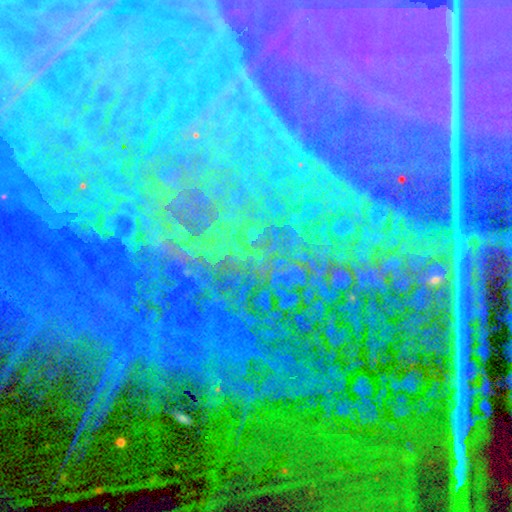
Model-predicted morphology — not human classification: smooth_or_featured: star or artifact (p=0.86) [alt: featured or disk p=0.08]